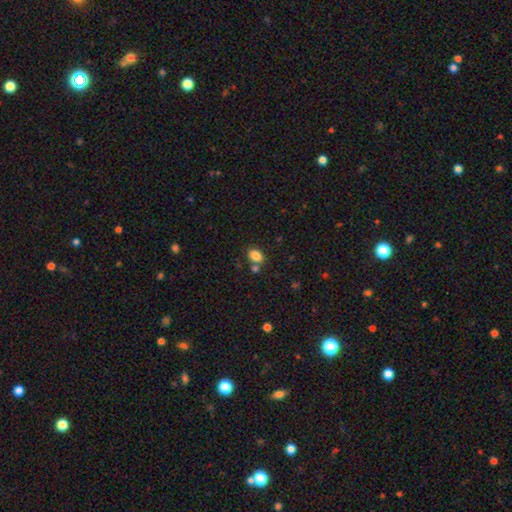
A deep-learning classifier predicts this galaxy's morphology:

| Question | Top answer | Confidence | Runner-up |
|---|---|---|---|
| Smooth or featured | smooth | 84% | star or artifact (10%) |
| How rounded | in between | 74% | round (25%) |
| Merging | none | 66% | merger (19%) |